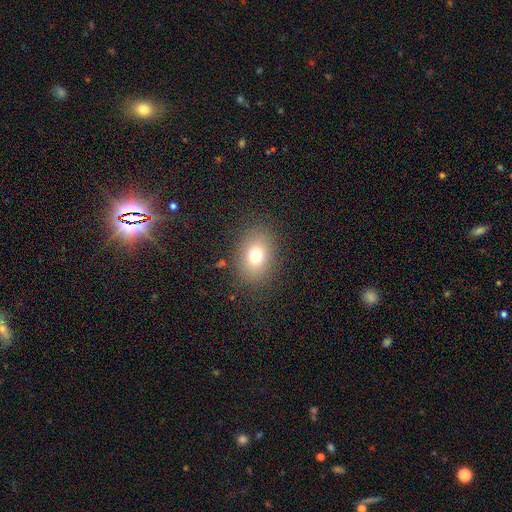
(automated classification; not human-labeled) A smooth galaxy with no disk features (73%) that is in between round and cigar-shaped (63%).

Vote fractions:
- Smooth or featured? smooth: 73% / star or artifact: 13% / featured or disk: 13%
- How rounded? in between: 63% / round: 36% / cigar-shaped: 1%
- Merging? none: 84% / minor disturbance: 10% / major disturbance: 5% / merger: 1%